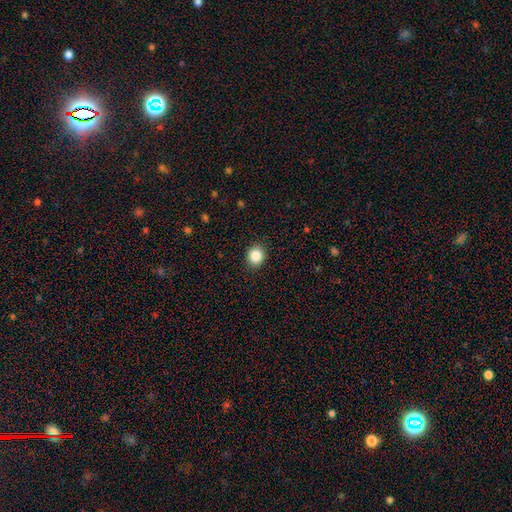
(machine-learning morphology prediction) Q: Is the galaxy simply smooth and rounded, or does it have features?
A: smooth — 87%.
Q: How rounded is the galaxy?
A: round — 75%.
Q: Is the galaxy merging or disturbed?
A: none — 90%.